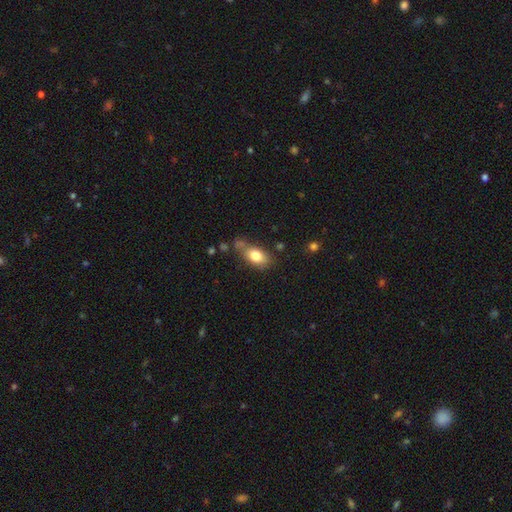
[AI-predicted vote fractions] This appears to be a smooth galaxy with no disk features (79%) that is in between round and cigar-shaped (85%). Merging: none (56%).